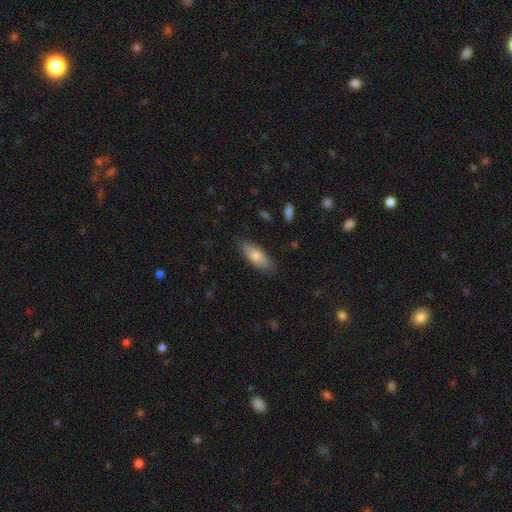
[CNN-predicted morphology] This appears to be a smooth galaxy with no disk features (76%) that is in between round and cigar-shaped (74%). Merging: none (84%).